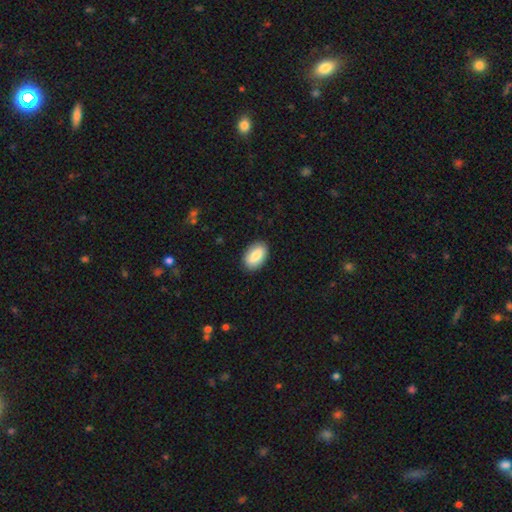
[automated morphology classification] The model was most divided on "smooth or featured": smooth: 84%, featured or disk: 10%, star or artifact: 6%. More confident: how rounded — in between (93%); merging — none (87%).